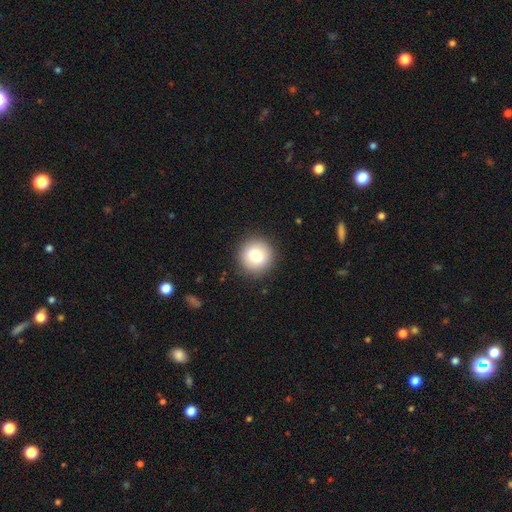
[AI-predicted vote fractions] smooth-or-featured: smooth: 81% | featured or disk: 10% | star or artifact: 9%
  how-rounded: round: 94% | in between: 5% | cigar-shaped: 1%
  merging: none: 91% | minor disturbance: 6% | major disturbance: 2% | merger: 1%